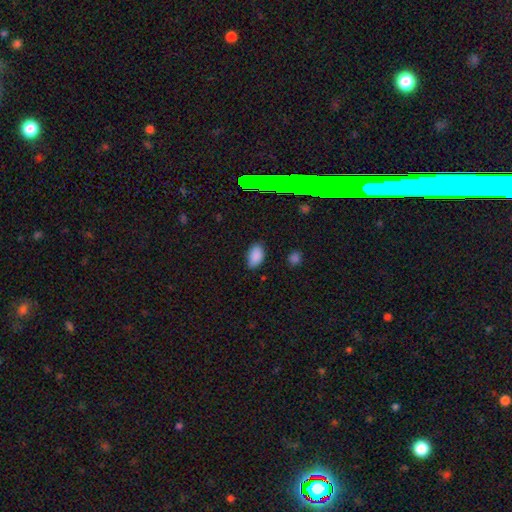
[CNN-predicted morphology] A smooth galaxy with no disk features (85%) that is in between round and cigar-shaped (93%). Merging: none (82%).